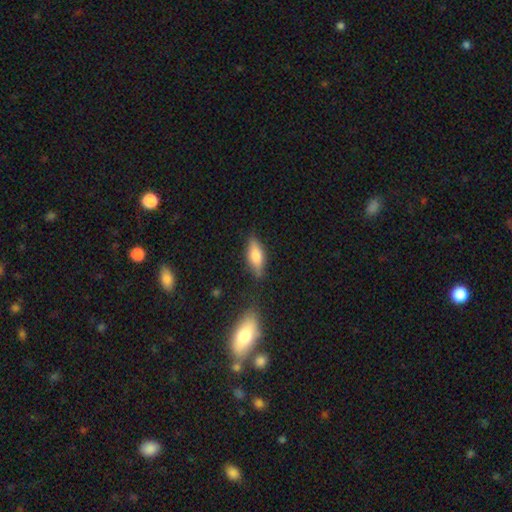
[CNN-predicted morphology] smooth_or_featured: smooth (p=0.63) [alt: featured or disk p=0.29]
how_rounded: in between (p=0.65) [alt: cigar-shaped p=0.32]
merging: none (p=0.77) [alt: minor disturbance p=0.15]